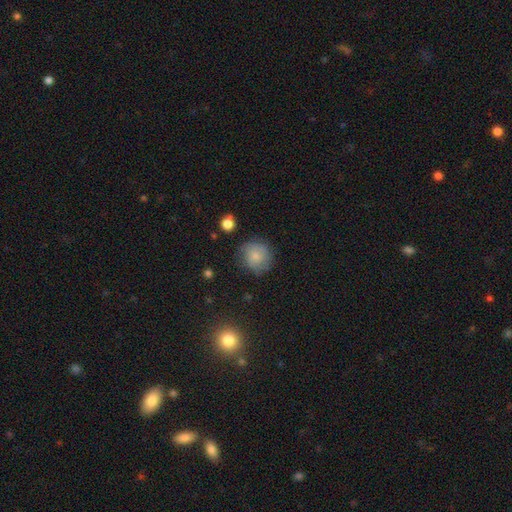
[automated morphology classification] smooth-or-featured: smooth: 63% | featured or disk: 27% | star or artifact: 10%
  how-rounded: round: 89% | in between: 10% | cigar-shaped: 1%
  merging: none: 73% | minor disturbance: 19% | major disturbance: 6% | merger: 2%